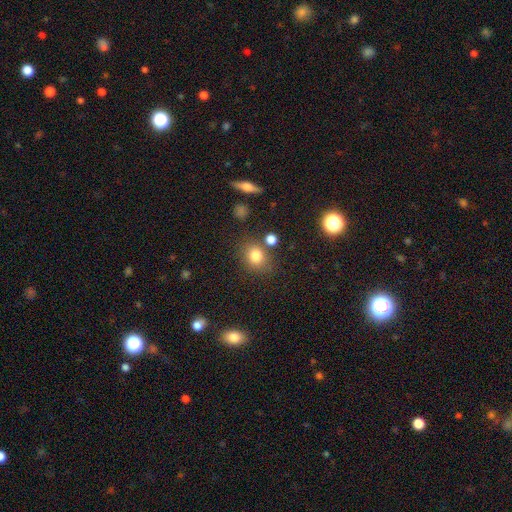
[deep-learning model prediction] A smooth galaxy with no disk features (79%) that is round (66%).

Vote fractions:
- Smooth or featured? smooth: 79% / star or artifact: 14% / featured or disk: 8%
- How rounded? round: 66% / in between: 32% / cigar-shaped: 1%
- Merging? none: 74% / minor disturbance: 13% / merger: 8% / major disturbance: 4%